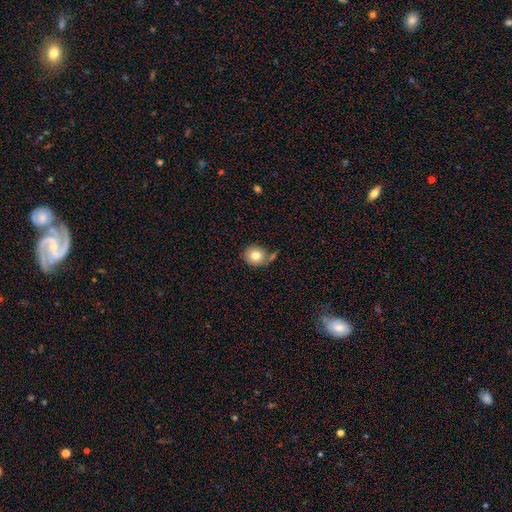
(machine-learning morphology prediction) Smooth or featured? Predicted: smooth (p=0.80). How rounded? Predicted: round (p=0.77). Merging? Predicted: none (p=0.57).